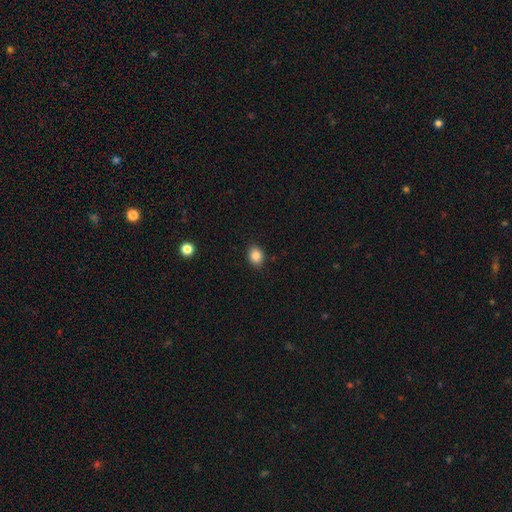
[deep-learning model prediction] smooth 86%, star or artifact 10%, featured or disk 5%. Down the decision tree: how rounded — in between (53%); merging — none (87%).